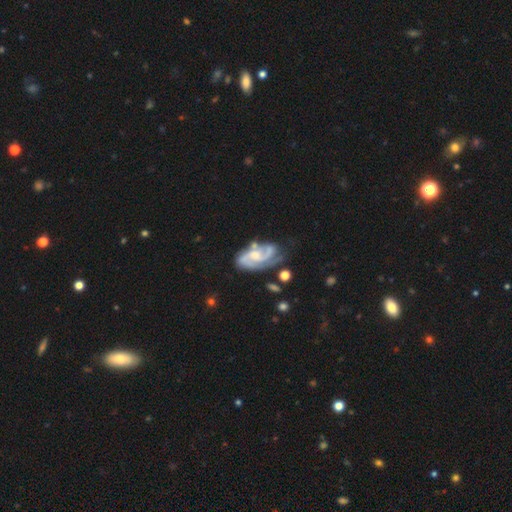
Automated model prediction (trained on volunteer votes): This is clearly a featured or disk galaxy (85%). It is clearly not viewed edge-on (97%). Bar: possibly no (49%). Spiral arm pattern: clearly yes (96%). Spiral arm count: likely 2 (62%). Spiral winding: possibly medium (48%). Central bulge: marginally moderate (39%). Merging: possibly none (52%).